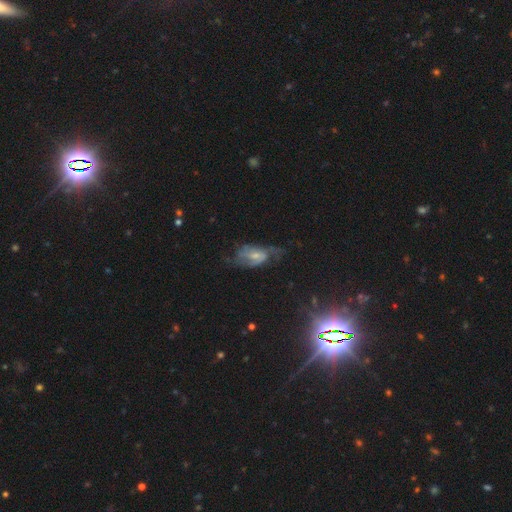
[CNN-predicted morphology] Smooth or featured? featured or disk (69%)
Edge-on disk? no (95%)
Bar? weak (48%)
Spiral arms? yes (85%)
Spiral winding? medium (43%)
Spiral arm count? 2 (63%)
Bulge size? small (52%)
Merging? none (45%)